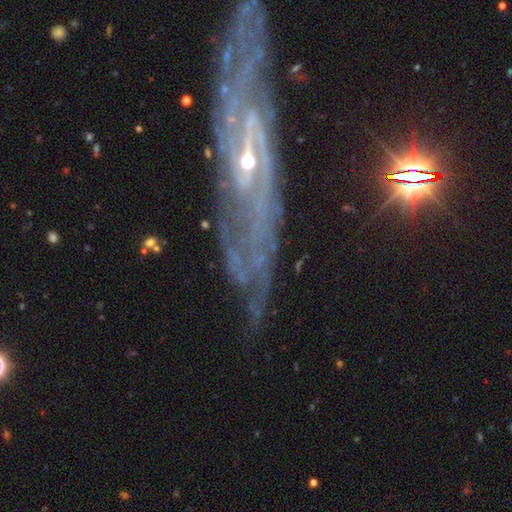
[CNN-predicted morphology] The model was most divided on "bar": no: 44%, weak: 37%, strong: 19%. Remaining: spiral arms — yes (94%); smooth or featured — featured or disk (83%); merging — none (76%); bulge size — small (76%); edge-on disk — no (74%); spiral winding — tight (58%); spiral arm count — can't tell (40%).